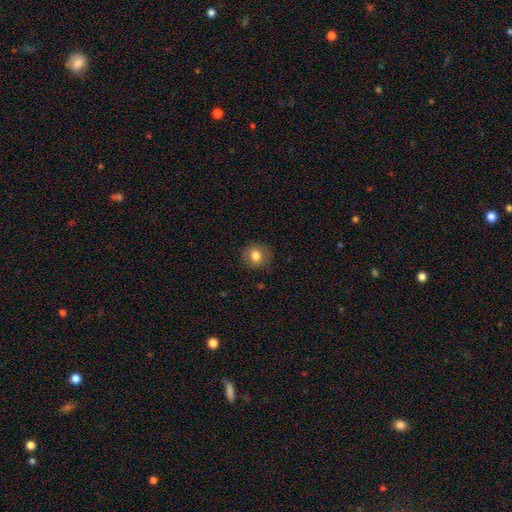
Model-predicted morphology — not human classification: Smooth or featured: smooth — 78% (featured or disk — 12%)
How rounded: round — 83% (in between — 16%)
Merging: none — 86% (minor disturbance — 10%)